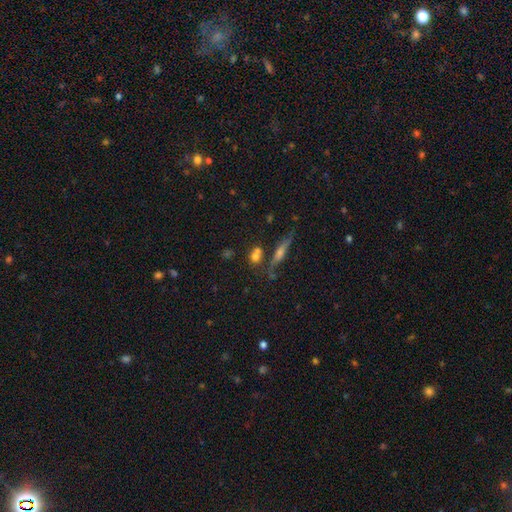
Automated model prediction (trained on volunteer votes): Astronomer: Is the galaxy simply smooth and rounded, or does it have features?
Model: smooth — 66%.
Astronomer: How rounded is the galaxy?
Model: round — 57%.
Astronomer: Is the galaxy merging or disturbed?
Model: none — 57%.